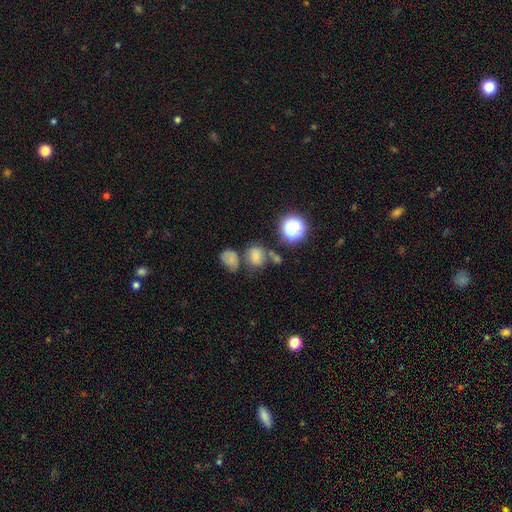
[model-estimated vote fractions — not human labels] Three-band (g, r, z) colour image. It shows a smooth galaxy with no disk features (58%) that is round (57%). Merging: none (54%).